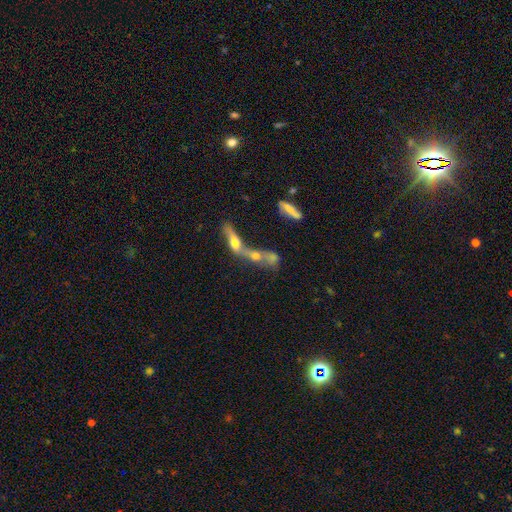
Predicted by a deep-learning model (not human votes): This appears to be a smooth galaxy with no disk features (46%). Merging: merger (77%).